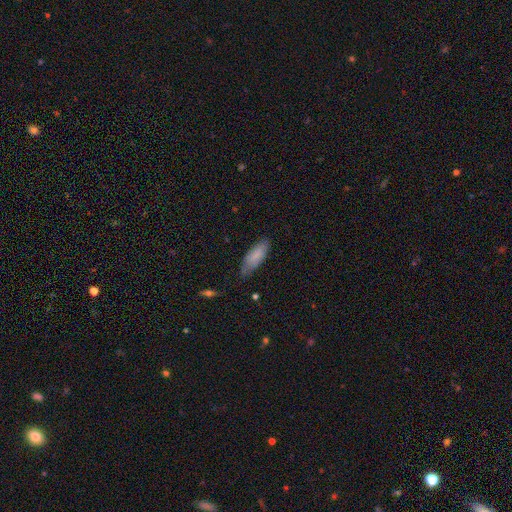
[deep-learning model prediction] Q: Smooth or featured?
A: smooth (80%); runner-up: featured or disk (14%)
Q: How rounded?
A: in between (66%); runner-up: cigar-shaped (33%)
Q: Merging?
A: none (67%); runner-up: minor disturbance (26%)